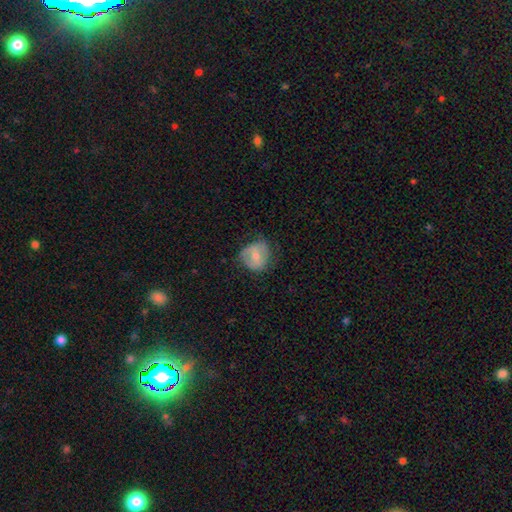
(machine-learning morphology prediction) Smooth or featured? Predicted: smooth (p=0.61). How rounded? Predicted: round (p=0.72). Merging? Predicted: none (p=0.54).